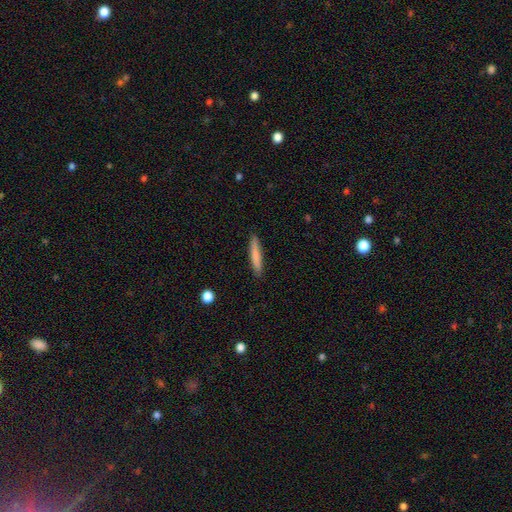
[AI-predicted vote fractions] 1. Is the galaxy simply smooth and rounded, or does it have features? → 80% smooth, 14% featured or disk, 6% star or artifact.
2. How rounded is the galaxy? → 92% cigar-shaped, 7% in between, 1% round.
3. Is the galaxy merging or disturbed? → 90% none, 7% minor disturbance, 2% major disturbance, 1% merger.